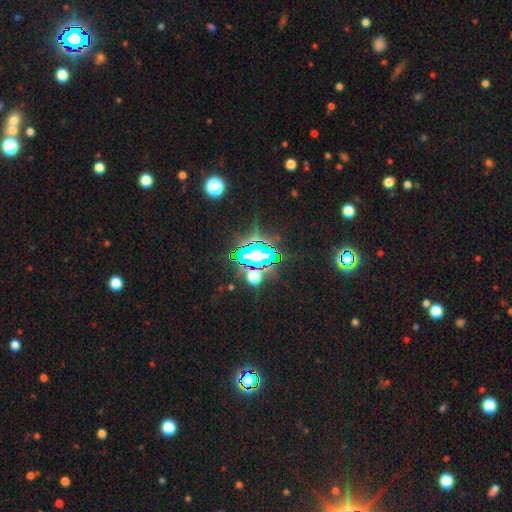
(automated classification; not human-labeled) Smooth or featured? star or artifact (71%)